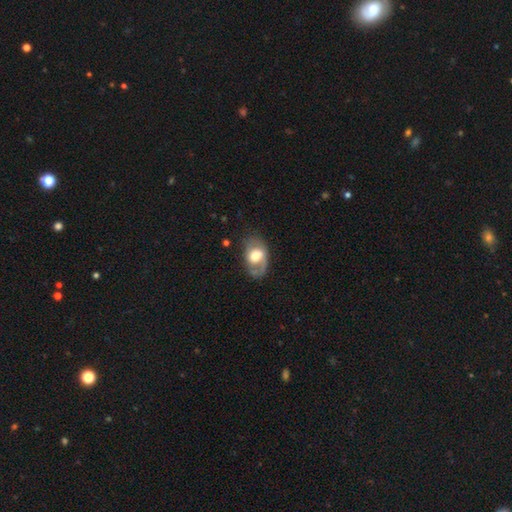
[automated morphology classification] The model was most divided on "bulge size": moderate: 47%, large: 38%, small: 8%, dominant: 4%, none: 2%. More confident: edge-on disk — no (95%); spiral arms — yes (71%); bar — no (58%); smooth or featured — featured or disk (54%); merging — none (50%).